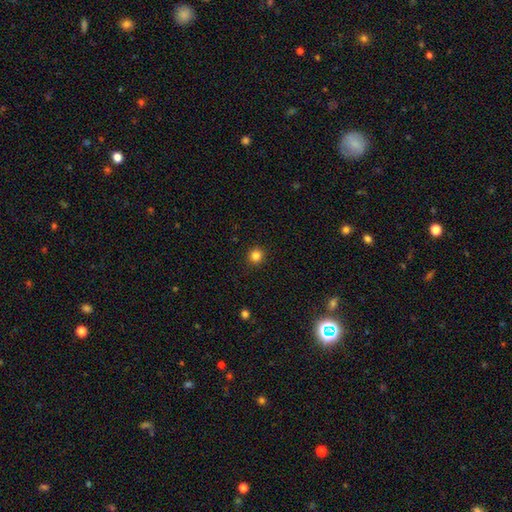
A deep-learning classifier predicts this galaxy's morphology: This is clearly a smooth galaxy (84%). How rounded: clearly round (92%). Merging: clearly none (92%).